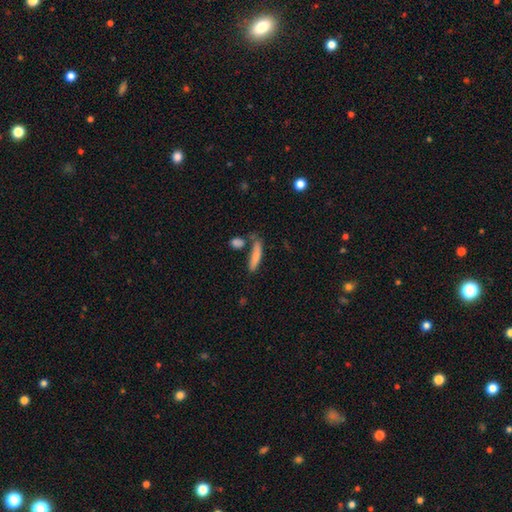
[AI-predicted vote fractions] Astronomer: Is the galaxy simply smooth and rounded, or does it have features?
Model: smooth — 79%.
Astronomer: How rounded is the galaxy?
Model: cigar-shaped — 76%.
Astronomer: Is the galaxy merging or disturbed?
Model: none — 61%.